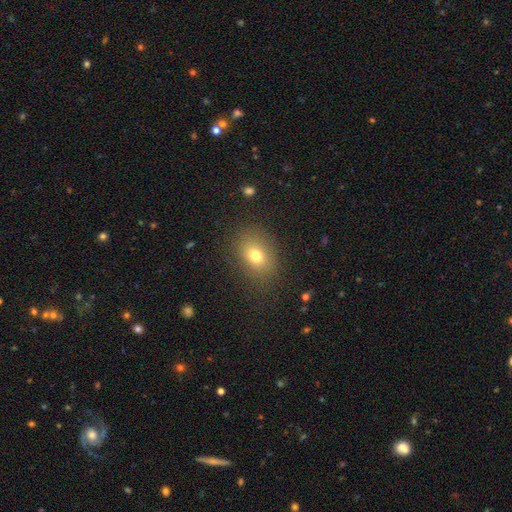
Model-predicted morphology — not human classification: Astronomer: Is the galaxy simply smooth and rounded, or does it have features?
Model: smooth — 74%.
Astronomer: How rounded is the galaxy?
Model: in between — 67%.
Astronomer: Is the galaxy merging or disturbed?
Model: none — 83%.